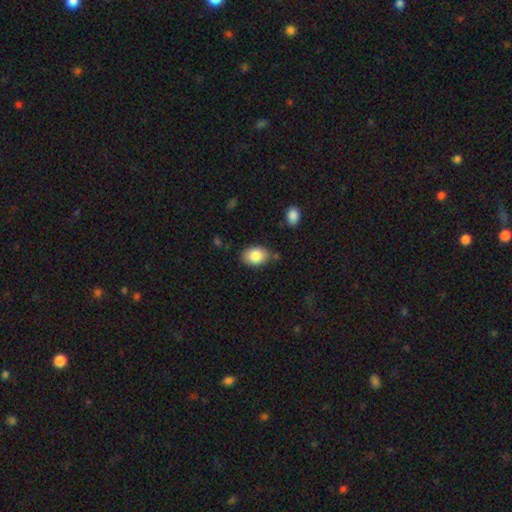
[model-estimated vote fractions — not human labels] A smooth galaxy with no disk features (84%) that is in between round and cigar-shaped (82%).

Vote fractions:
- Smooth or featured? smooth: 84% / featured or disk: 9% / star or artifact: 7%
- How rounded? in between: 82% / round: 17% / cigar-shaped: 1%
- Merging? none: 78% / minor disturbance: 15% / merger: 4% / major disturbance: 3%